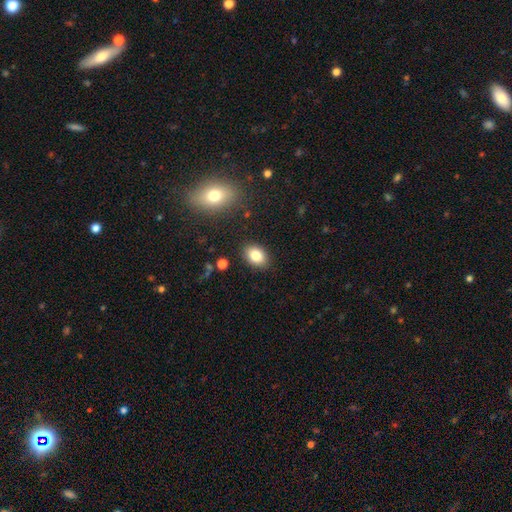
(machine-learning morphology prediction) smooth 83%, star or artifact 9%, featured or disk 8%. Down the decision tree: how rounded — in between (78%); merging — none (87%).